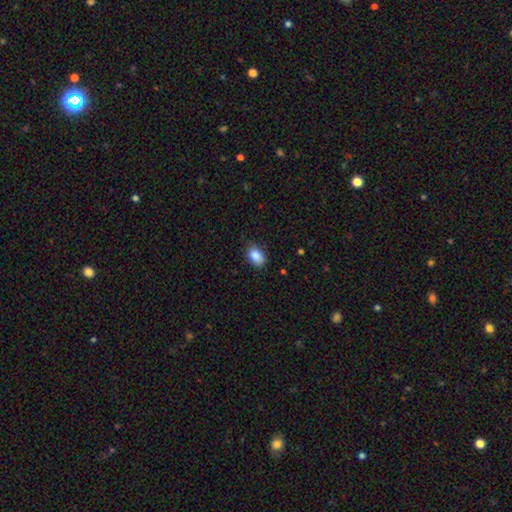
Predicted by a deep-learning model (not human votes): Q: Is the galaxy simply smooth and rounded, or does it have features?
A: smooth — 87%.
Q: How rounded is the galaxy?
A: in between — 84%.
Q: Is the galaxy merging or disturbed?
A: none — 78%.